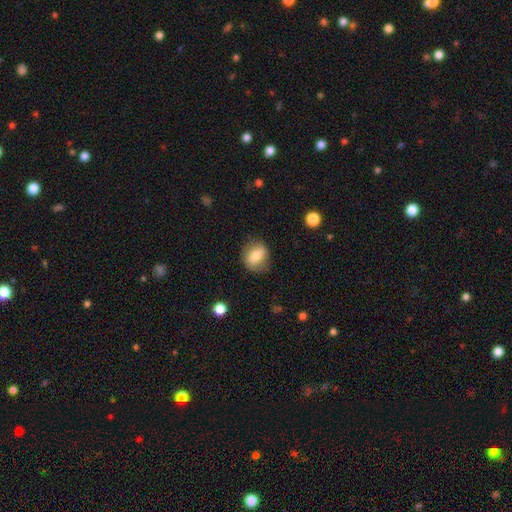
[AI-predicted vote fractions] smooth 74%, featured or disk 18%, star or artifact 8%. Down the decision tree: how rounded — round (59%); merging — none (77%).